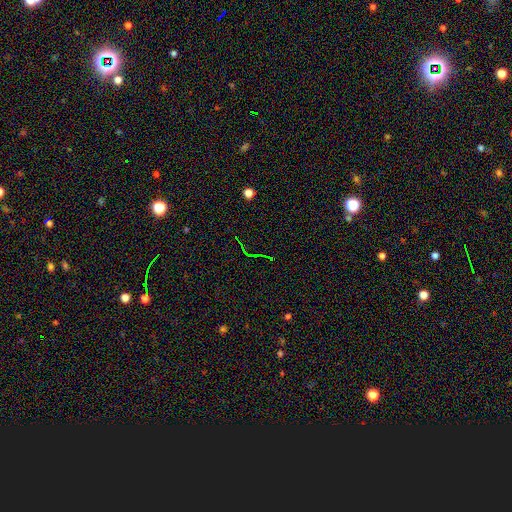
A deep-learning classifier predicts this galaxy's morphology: A star or artifact, not a galaxy (74%).

Vote fractions:
- Smooth or featured? star or artifact: 74% / smooth: 13% / featured or disk: 13%